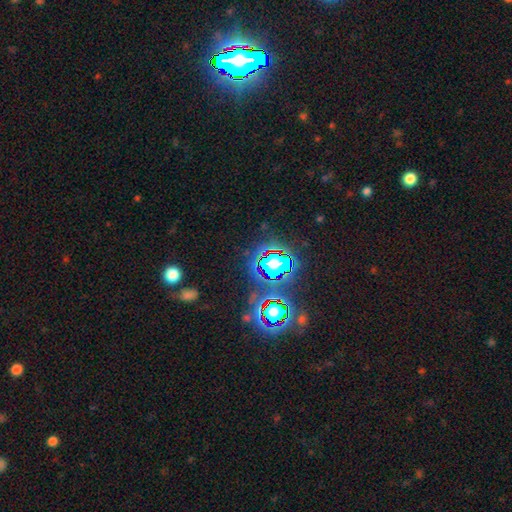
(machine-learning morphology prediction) smooth_or_featured: star or artifact (p=0.82) [alt: smooth p=0.10]